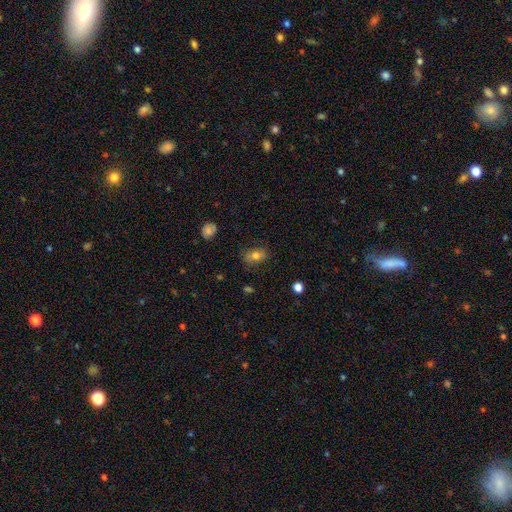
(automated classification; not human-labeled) smooth-or-featured: smooth: 76% | featured or disk: 13% | star or artifact: 10%
  how-rounded: in between: 79% | round: 19% | cigar-shaped: 2%
  merging: none: 77% | minor disturbance: 18% | major disturbance: 4% | merger: 2%